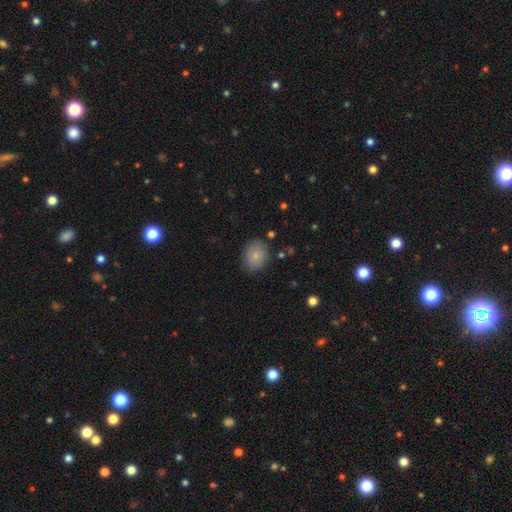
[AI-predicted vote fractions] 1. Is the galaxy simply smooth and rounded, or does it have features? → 79% smooth, 13% featured or disk, 8% star or artifact.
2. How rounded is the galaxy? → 53% in between, 46% round, 1% cigar-shaped.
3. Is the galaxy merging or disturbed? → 79% none, 15% minor disturbance, 4% major disturbance, 2% merger.